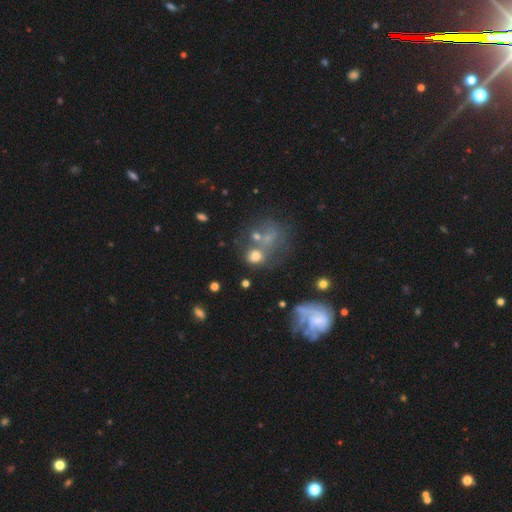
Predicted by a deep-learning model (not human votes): Smooth or featured? smooth (58%)
How rounded? round (59%)
Merging? none (36%)